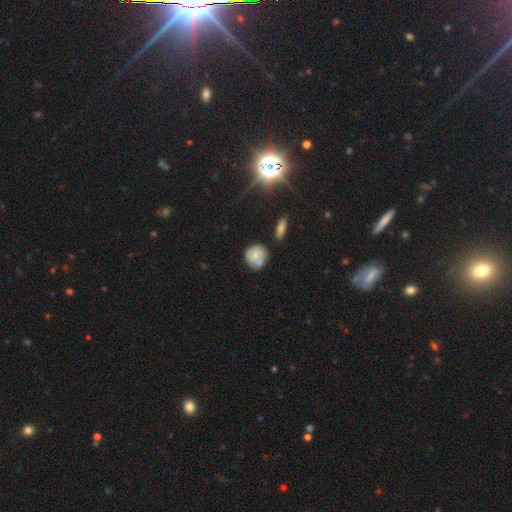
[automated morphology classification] Smooth or featured? Predicted: smooth (p=0.62). How rounded? Predicted: round (p=0.78). Merging? Predicted: none (p=0.57).